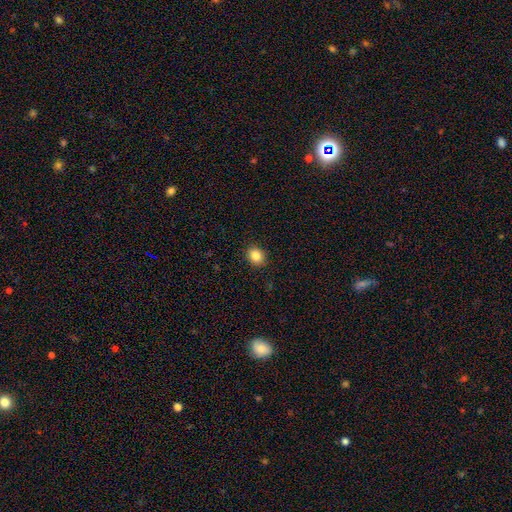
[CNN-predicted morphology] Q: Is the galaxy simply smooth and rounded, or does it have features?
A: smooth — 84%.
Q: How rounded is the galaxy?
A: round — 61%.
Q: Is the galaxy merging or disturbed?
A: none — 91%.